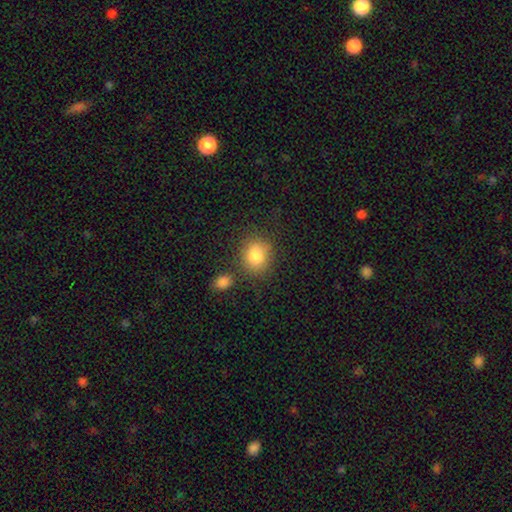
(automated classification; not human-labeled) smooth_or_featured: smooth (p=0.83) [alt: star or artifact p=0.09]
how_rounded: round (p=0.68) [alt: in between p=0.31]
merging: none (p=0.73) [alt: minor disturbance p=0.14]